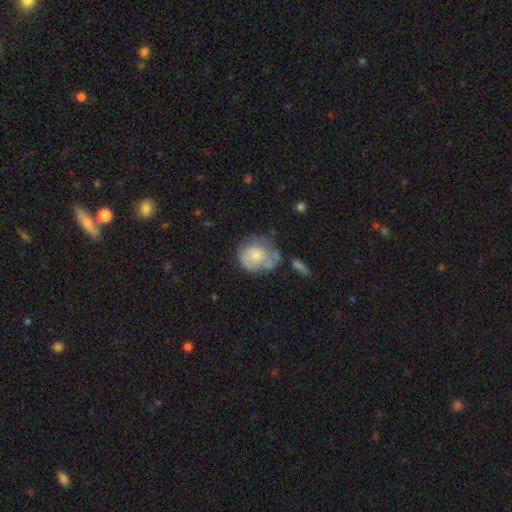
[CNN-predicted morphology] This is possibly a smooth galaxy (54%). How rounded: likely round (76%). Merging: marginally none (39%).